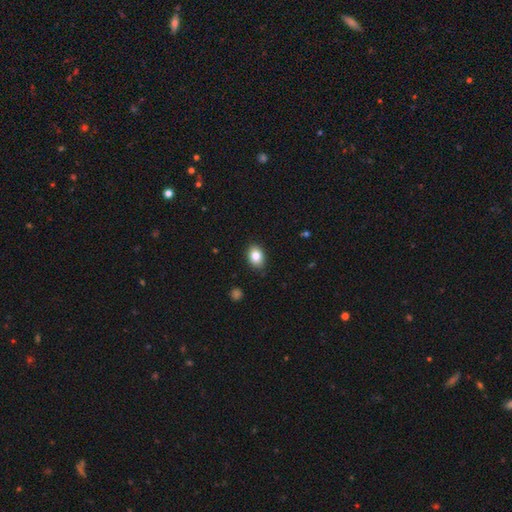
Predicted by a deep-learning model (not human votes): smooth-or-featured: smooth: 83% | star or artifact: 9% | featured or disk: 8%
  how-rounded: in between: 75% | round: 24% | cigar-shaped: 1%
  merging: none: 88% | minor disturbance: 9% | major disturbance: 2% | merger: 1%